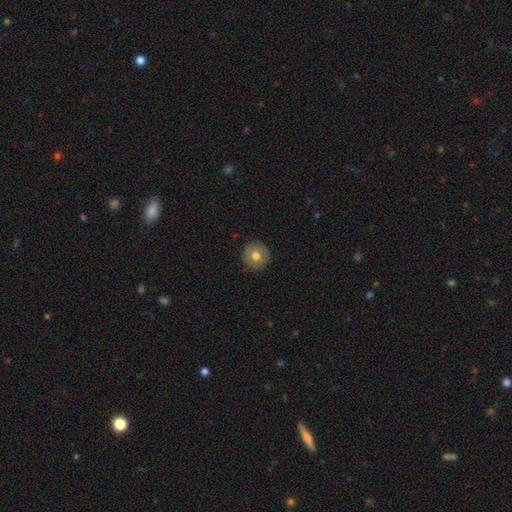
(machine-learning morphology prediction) Smooth or featured? Predicted: smooth (p=0.72). How rounded? Predicted: round (p=0.94). Merging? Predicted: none (p=0.91).